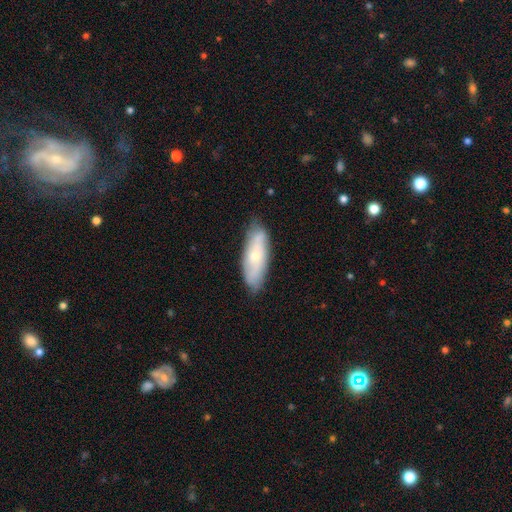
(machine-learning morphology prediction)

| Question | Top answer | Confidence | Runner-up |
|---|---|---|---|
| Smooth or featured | featured or disk | 47% | tied: smooth (47%) |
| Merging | none | 79% | minor disturbance (17%) |